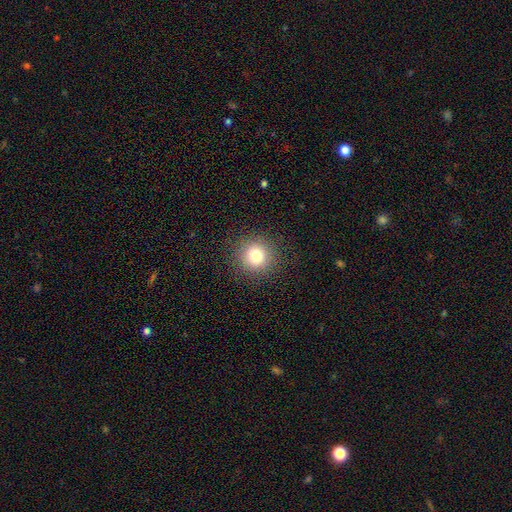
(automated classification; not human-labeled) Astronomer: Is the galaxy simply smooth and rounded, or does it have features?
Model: smooth — 79%.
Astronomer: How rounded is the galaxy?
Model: round — 93%.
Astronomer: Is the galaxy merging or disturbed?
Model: none — 90%.